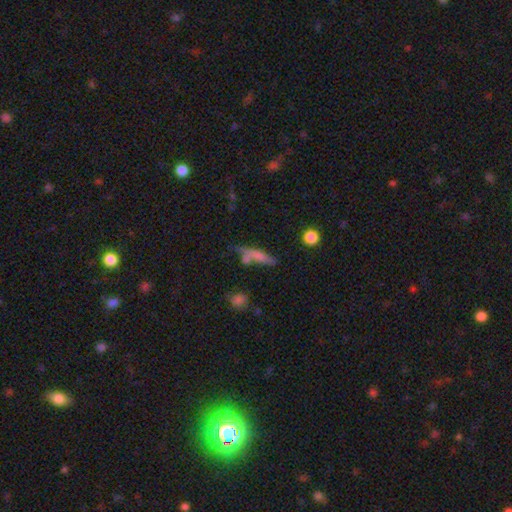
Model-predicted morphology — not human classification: smooth-or-featured: smooth: 61% | featured or disk: 29% | star or artifact: 11%
  how-rounded: cigar-shaped: 73% | in between: 23% | round: 4%
  merging: none: 44% | merger: 25% | minor disturbance: 20% | major disturbance: 12%